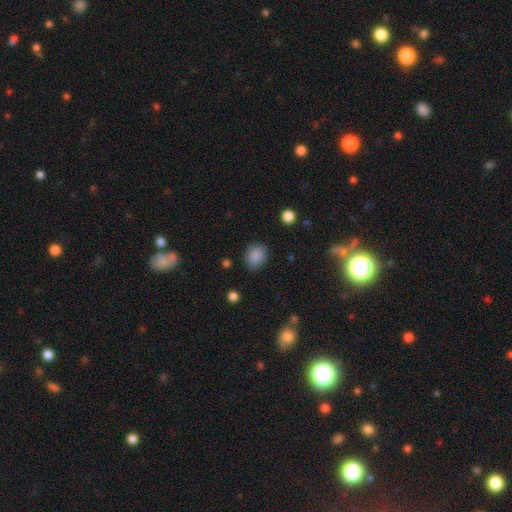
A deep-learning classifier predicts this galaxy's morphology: smooth_or_featured: smooth (p=0.86) [alt: star or artifact p=0.10]
how_rounded: round (p=0.57) [alt: in between p=0.42]
merging: none (p=0.81) [alt: minor disturbance p=0.14]